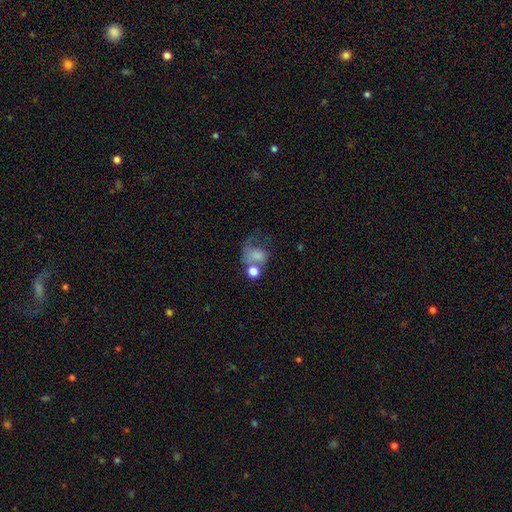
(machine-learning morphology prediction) Q: Smooth or featured?
A: smooth (66%); runner-up: featured or disk (22%)
Q: How rounded?
A: round (56%); runner-up: in between (42%)
Q: Merging?
A: major disturbance (32%); runner-up: merger (29%)